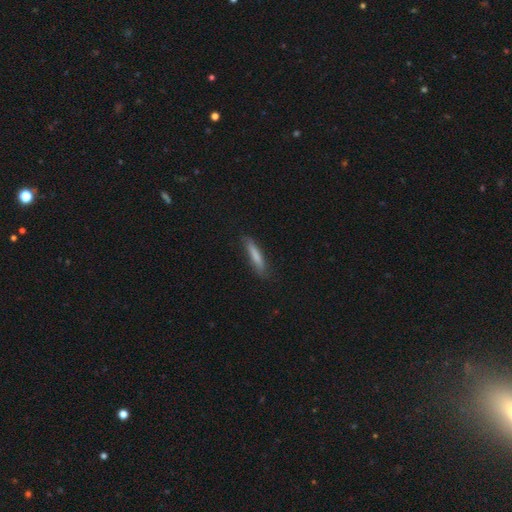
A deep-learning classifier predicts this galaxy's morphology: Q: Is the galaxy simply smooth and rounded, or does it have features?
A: smooth — 75%.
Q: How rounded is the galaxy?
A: cigar-shaped — 90%.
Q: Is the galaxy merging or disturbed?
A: none — 80%.